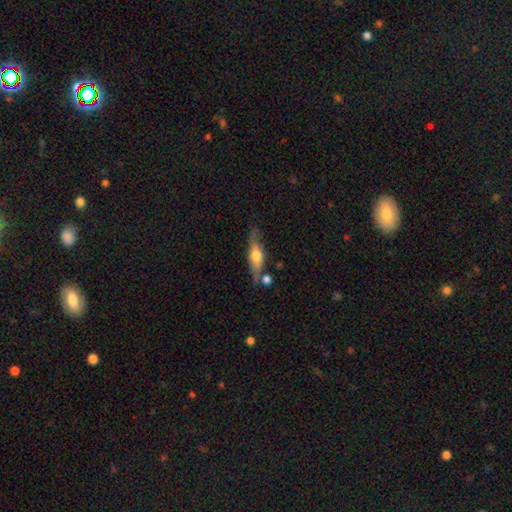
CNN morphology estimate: Overall: featured or disk (55%; smooth 39%). Edge-on disk: yes (73%). Merging: none (62%).